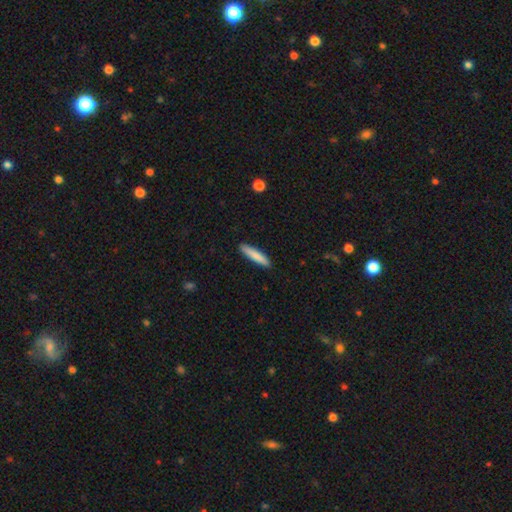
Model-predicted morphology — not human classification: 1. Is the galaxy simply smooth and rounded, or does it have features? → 83% smooth, 11% featured or disk, 5% star or artifact.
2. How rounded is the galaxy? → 88% cigar-shaped, 10% in between, 1% round.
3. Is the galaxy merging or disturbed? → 91% none, 7% minor disturbance, 1% major disturbance, 1% merger.